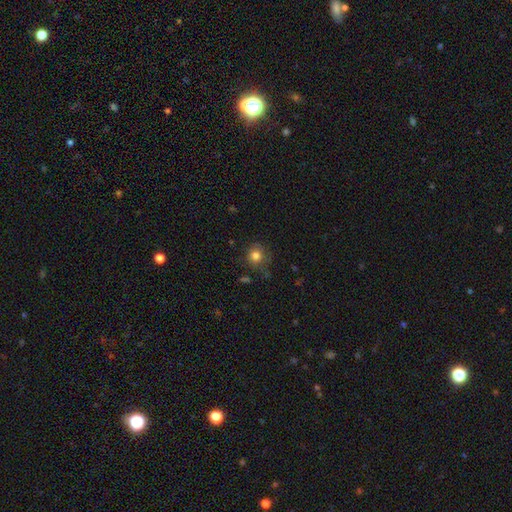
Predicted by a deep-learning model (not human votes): Overall: smooth (80%). How rounded: round (86%). Merging: none (66%).